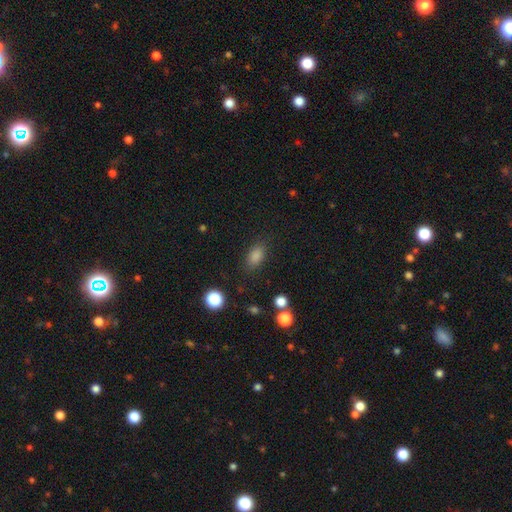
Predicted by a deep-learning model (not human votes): Smooth or featured? smooth (81%)
How rounded? in between (83%)
Merging? none (84%)